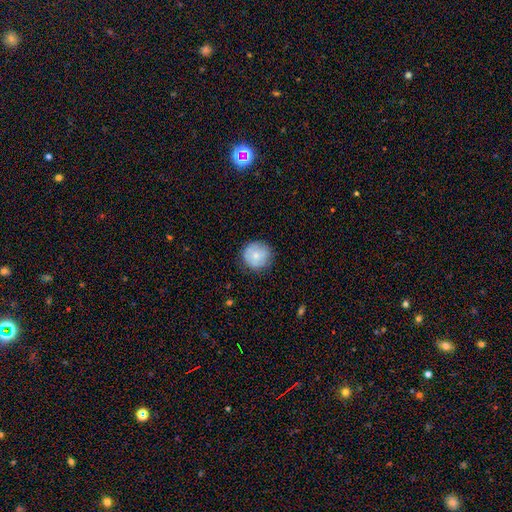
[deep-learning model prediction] The model was most divided on "smooth or featured": smooth: 77%, featured or disk: 16%, star or artifact: 8%. More confident: how rounded — round (93%); merging — none (82%).